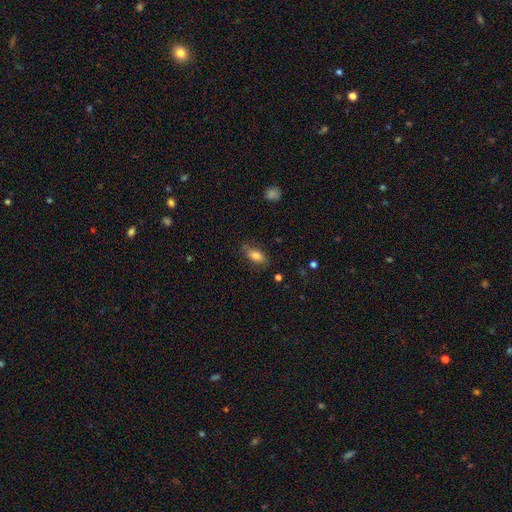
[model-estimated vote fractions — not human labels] Smooth or featured? smooth (79%)
How rounded? in between (85%)
Merging? none (73%)